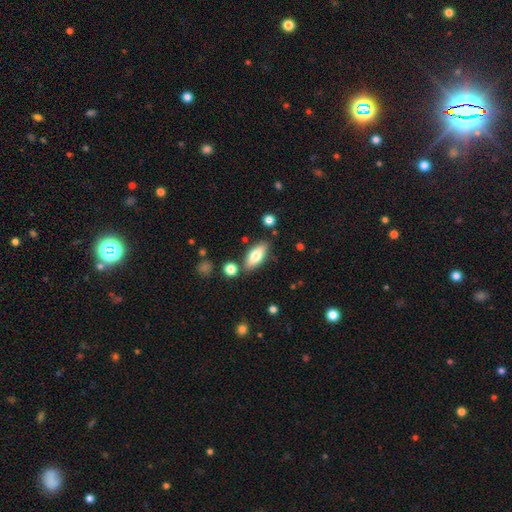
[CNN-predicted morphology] smooth 71%, featured or disk 22%, star or artifact 7%. Down the decision tree: how rounded — in between (74%); merging — none (80%).